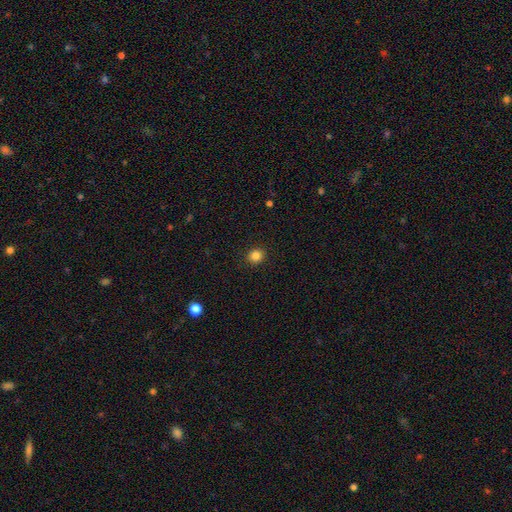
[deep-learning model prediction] This is clearly a smooth galaxy (85%). How rounded: clearly round (84%). Merging: clearly none (92%).